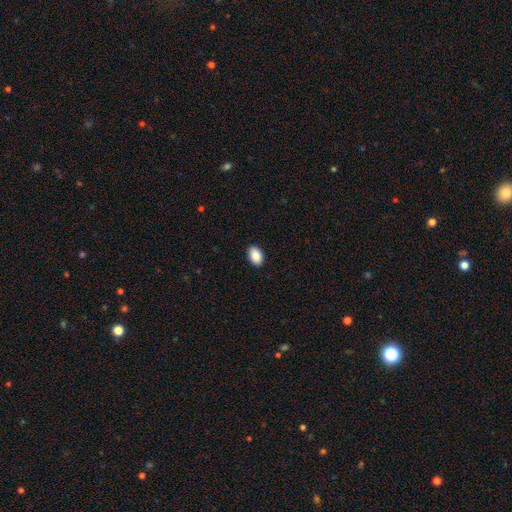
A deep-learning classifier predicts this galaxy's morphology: A smooth galaxy with no disk features (90%) that is in between round and cigar-shaped (89%). Merging: none (90%).